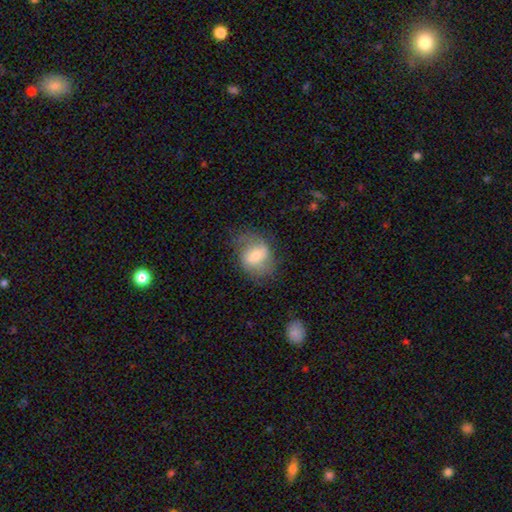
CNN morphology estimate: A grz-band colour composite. It shows a smooth galaxy with no disk features (56%) that is in between round and cigar-shaped (55%). Merging: none (59%).